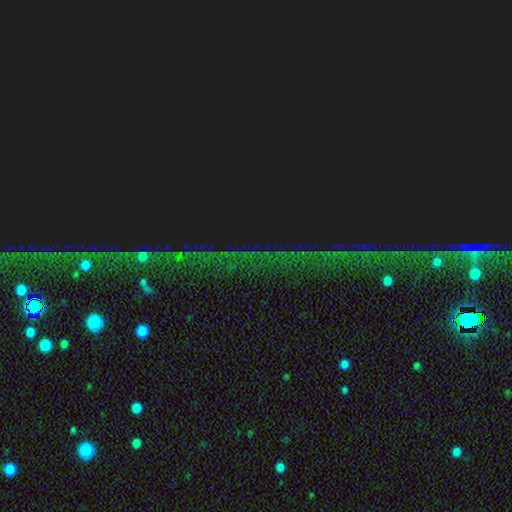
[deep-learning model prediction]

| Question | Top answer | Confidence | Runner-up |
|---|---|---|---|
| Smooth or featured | star or artifact | 86% | featured or disk (8%) |